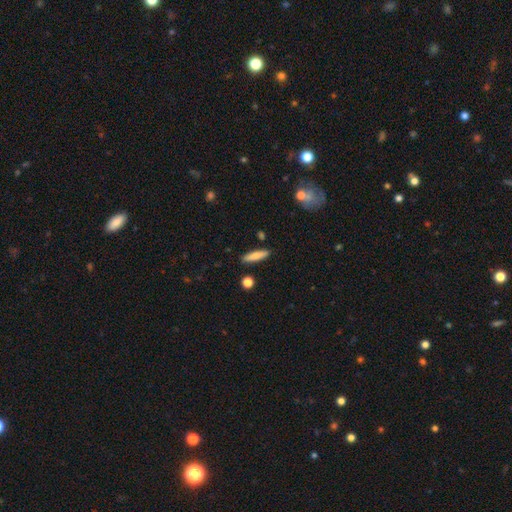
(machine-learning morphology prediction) A smooth galaxy with no disk features (78%) that is cigar-shaped (79%). Merging: none (88%).